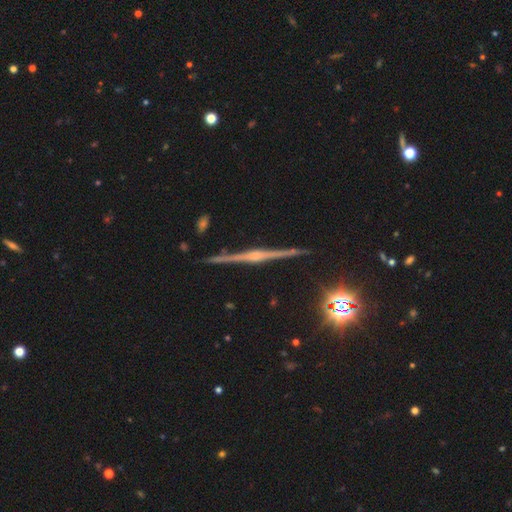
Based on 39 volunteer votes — Smooth or featured: featured or disk — 92% (star or artifact — 8%)
Edge-on disk: yes — 100%
Edge-on bulge: rounded — 92% (boxy — 8%)
Merging: none — 94% (major disturbance — 6%)